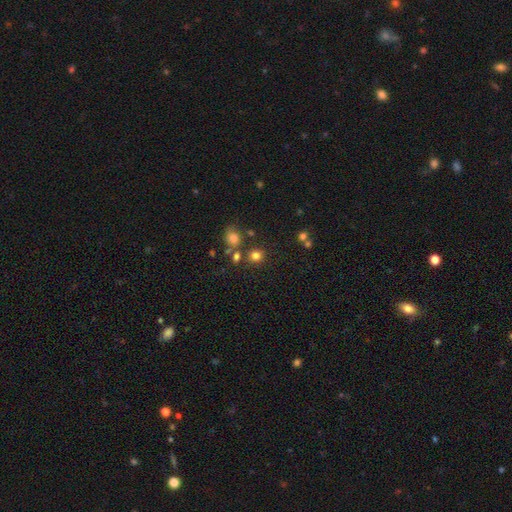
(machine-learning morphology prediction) Smooth or featured? Predicted: smooth (p=0.78). How rounded? Predicted: round (p=0.84). Merging? Predicted: none (p=0.76).